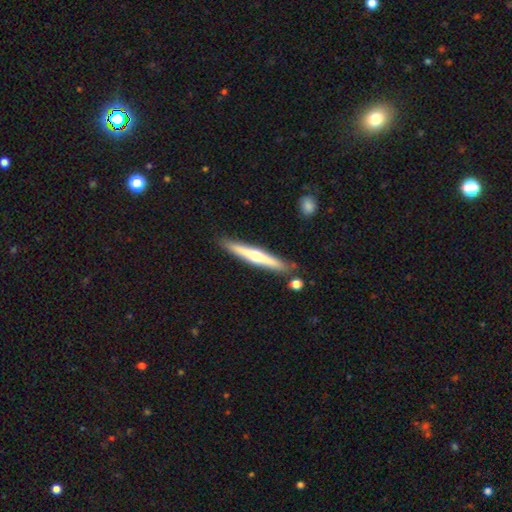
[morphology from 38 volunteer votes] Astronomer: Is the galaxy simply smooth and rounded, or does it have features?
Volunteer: featured or disk — 71%.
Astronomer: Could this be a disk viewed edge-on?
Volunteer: yes — 100%.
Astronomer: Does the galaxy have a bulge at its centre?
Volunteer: rounded — 85%.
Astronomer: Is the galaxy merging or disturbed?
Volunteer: none — 83%.